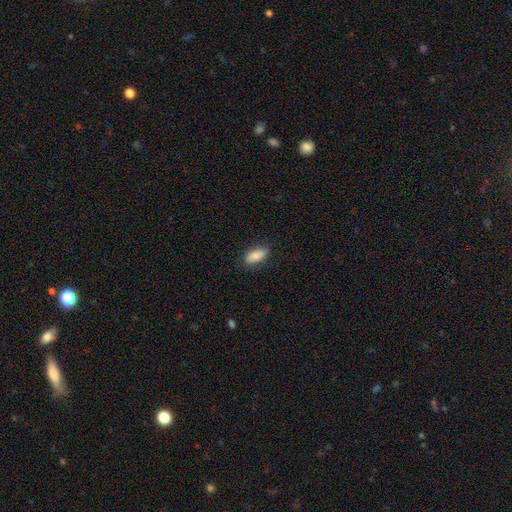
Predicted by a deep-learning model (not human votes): smooth-or-featured: smooth: 85% | featured or disk: 9% | star or artifact: 7%
  how-rounded: in between: 87% | cigar-shaped: 10% | round: 3%
  merging: none: 85% | minor disturbance: 12% | major disturbance: 3% | merger: 1%